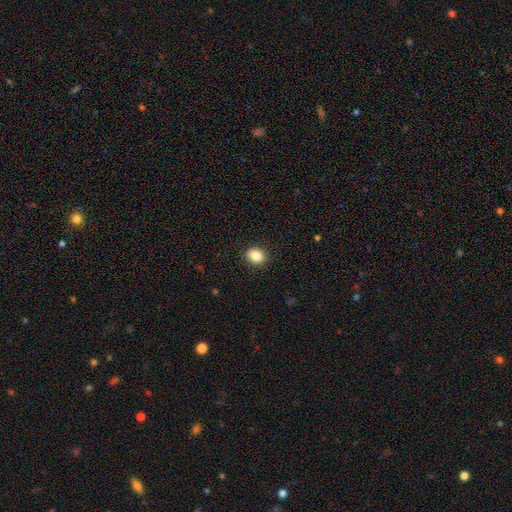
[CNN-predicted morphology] smooth_or_featured: smooth (p=0.86) [alt: star or artifact p=0.09]
how_rounded: in between (p=0.51) [alt: round p=0.48]
merging: none (p=0.90) [alt: minor disturbance p=0.07]